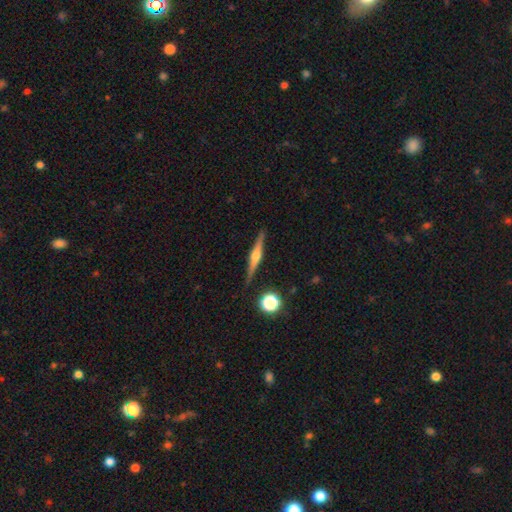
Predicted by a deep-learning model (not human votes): Smooth or featured?
  - featured or disk: 75% *
  - smooth: 18%
  - star or artifact: 7%
Edge-on disk?
  - yes: 98% *
  - no: 2%
Edge-on bulge?
  - rounded: 90% *
  - boxy: 7%
  - none: 4%
Merging?
  - none: 90% *
  - minor disturbance: 7%
  - major disturbance: 2%
  - merger: 1%